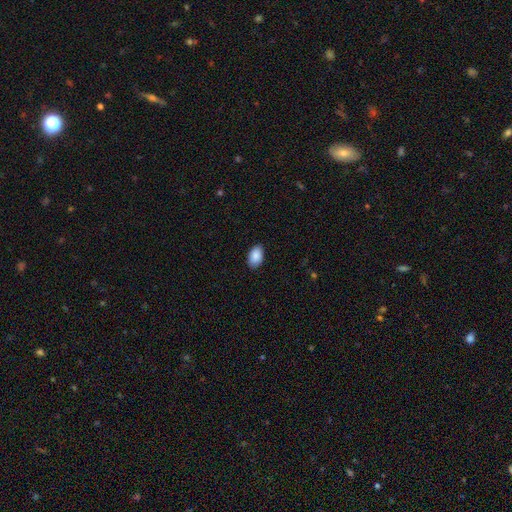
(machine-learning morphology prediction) smooth 89%, star or artifact 6%, featured or disk 4%. Down the decision tree: how rounded — in between (93%); merging — none (87%).